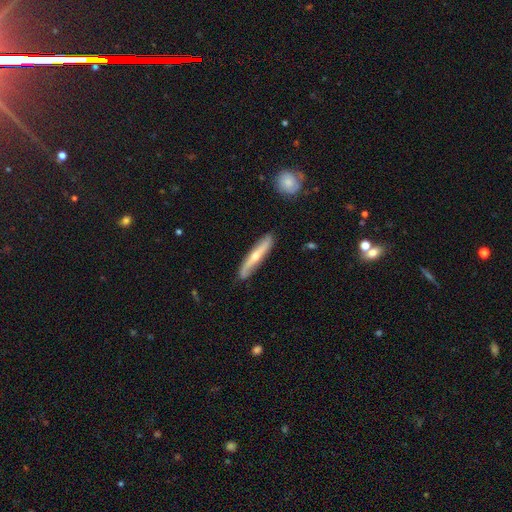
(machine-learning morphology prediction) This appears to be a featured or disk galaxy (60%) viewed edge-on (71%). Merging: none (82%).